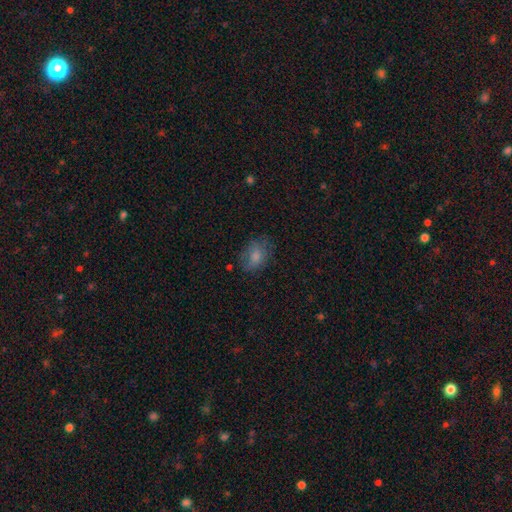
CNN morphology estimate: A smooth galaxy with no disk features (77%) that is in between round and cigar-shaped (74%). Merging: none (69%).